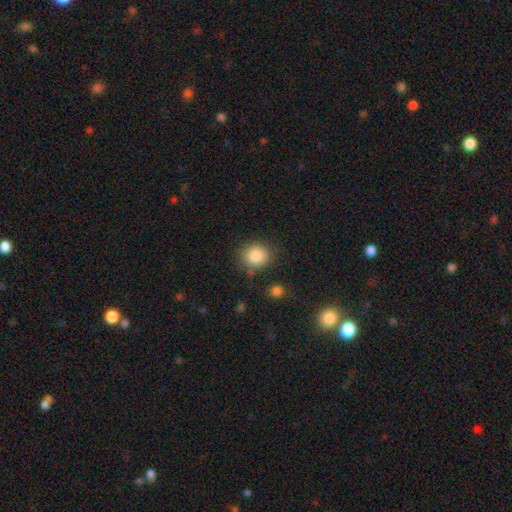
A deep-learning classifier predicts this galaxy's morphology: A smooth galaxy with no disk features (86%) that is round (72%). Merging: none (79%).